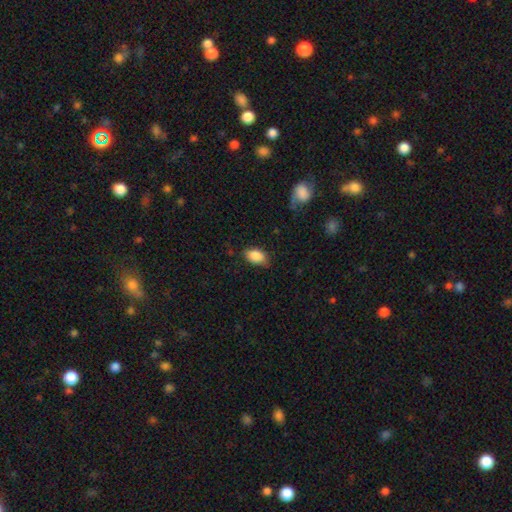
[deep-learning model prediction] Overall: smooth (87%). How rounded: in between (91%). Merging: none (76%).